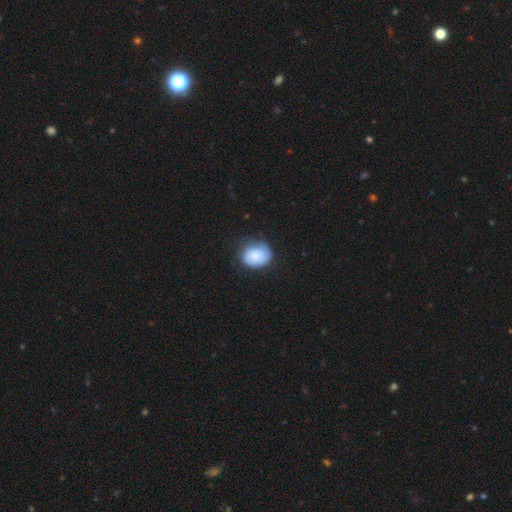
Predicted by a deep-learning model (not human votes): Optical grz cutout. It shows a smooth galaxy with no disk features (75%) that is round (50%). Merging: none (62%).